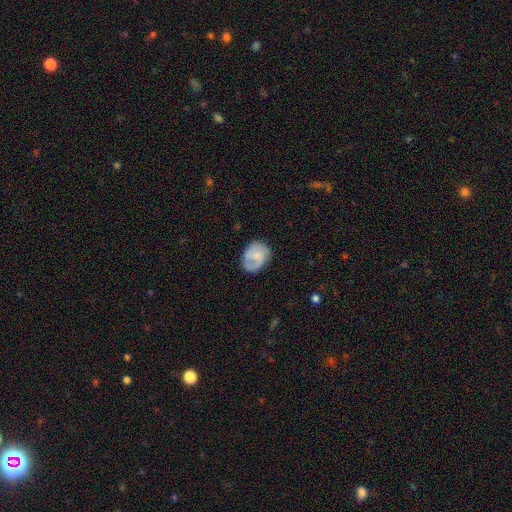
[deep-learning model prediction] Morphology: type=featured or disk (49%); merging=none (66%).